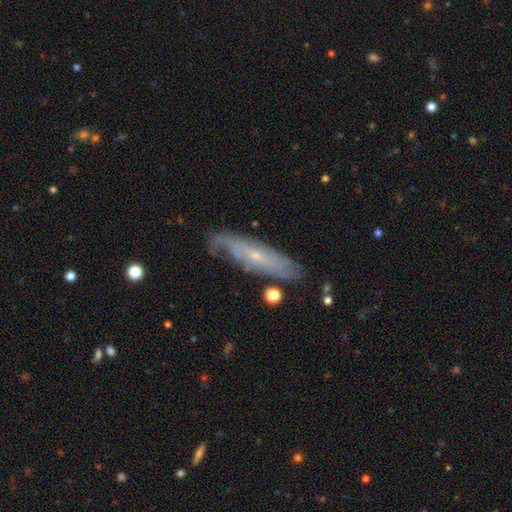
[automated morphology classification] The model was most divided on "edge-on disk": no: 66%, yes: 34%. More confident: merging — none (70%); smooth or featured — featured or disk (70%).